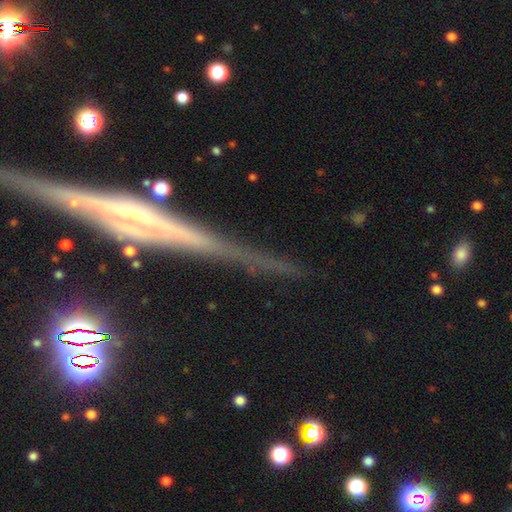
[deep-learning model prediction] smooth_or_featured: featured or disk (p=0.69) [alt: star or artifact p=0.17]
disk_edge_on: yes (p=0.94) [alt: no p=0.06]
edge_on_bulge: none (p=0.43) [alt: rounded p=0.33]
merging: none (p=0.79) [alt: minor disturbance p=0.13]